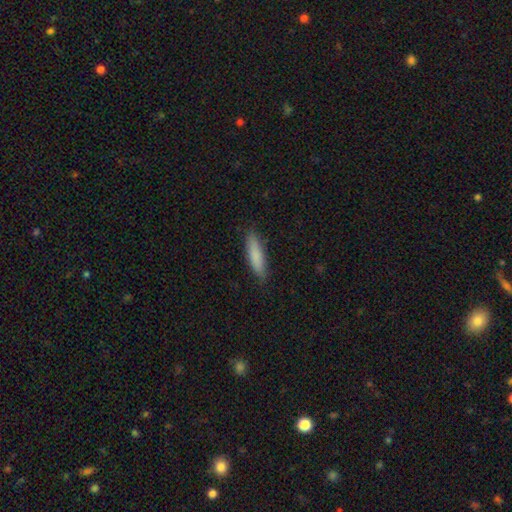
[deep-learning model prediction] Overall: smooth (83%). How rounded: cigar-shaped (77%). Merging: none (86%).